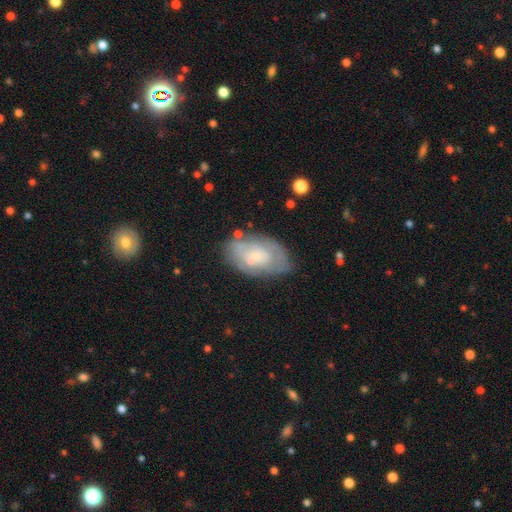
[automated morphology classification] The model was most divided on "spiral arms": yes: 57%, no: 43%. More confident: edge-on disk — no (94%); bar — no (78%); merging — none (65%); bulge size — small (61%); smooth or featured — featured or disk (54%).